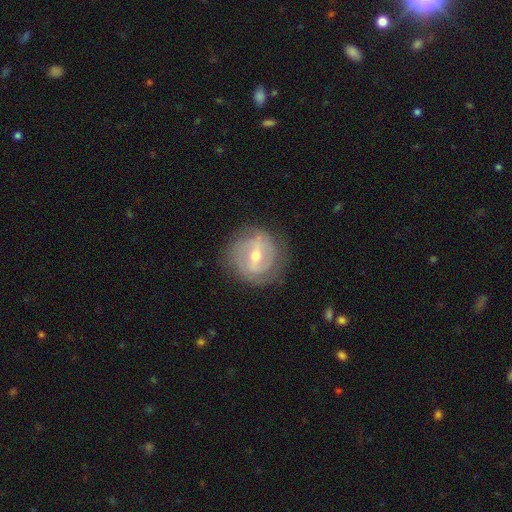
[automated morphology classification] This is likely a featured or disk galaxy (76%). It is clearly not viewed edge-on (95%). Bar: possibly weak (47%). Spiral arm pattern: likely yes (78%). Spiral arm count: possibly 2 (50%). Spiral winding: possibly tight (55%). Central bulge: likely moderate (64%). Merging: likely none (80%).